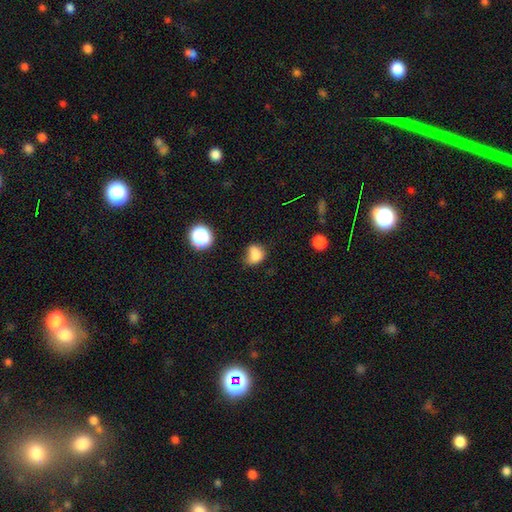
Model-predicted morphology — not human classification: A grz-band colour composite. It shows a smooth galaxy with no disk features (77%) that is in between round and cigar-shaped (53%). Merging: none (39%).